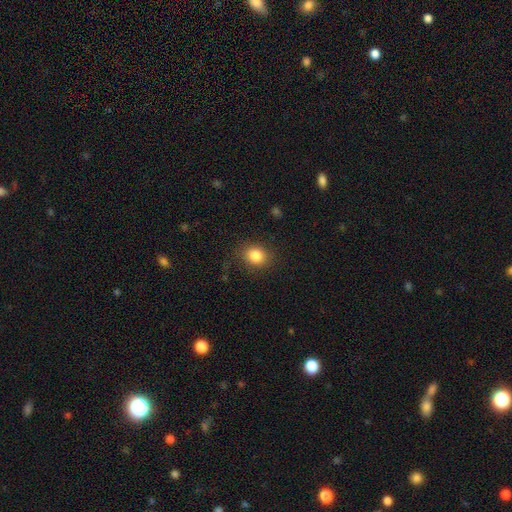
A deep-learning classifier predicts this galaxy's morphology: This appears to be a smooth galaxy with no disk features (85%) that is round (60%). Merging: none (82%).